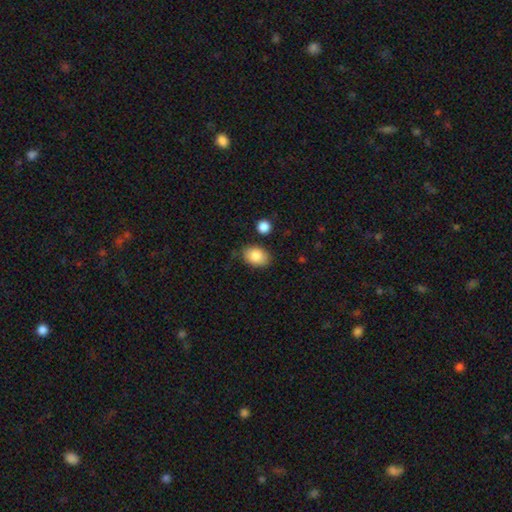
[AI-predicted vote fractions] This is clearly a smooth galaxy (86%). How rounded: clearly in between (82%). Merging: likely none (80%).